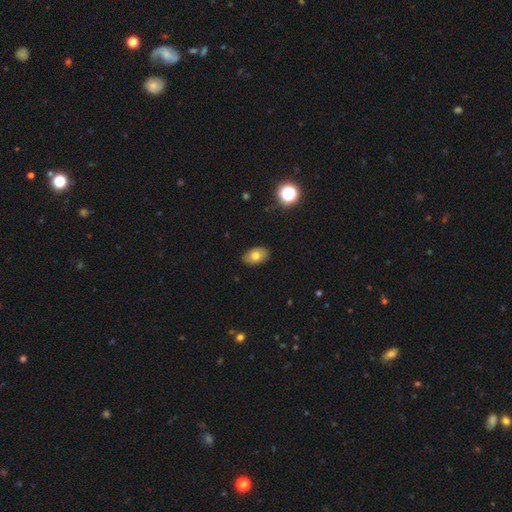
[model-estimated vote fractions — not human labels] A smooth galaxy with no disk features (72%) that is in between round and cigar-shaped (89%).

Vote fractions:
- Smooth or featured? smooth: 72% / featured or disk: 18% / star or artifact: 10%
- How rounded? in between: 89% / round: 10% / cigar-shaped: 1%
- Merging? none: 85% / minor disturbance: 12% / major disturbance: 2% / merger: 1%